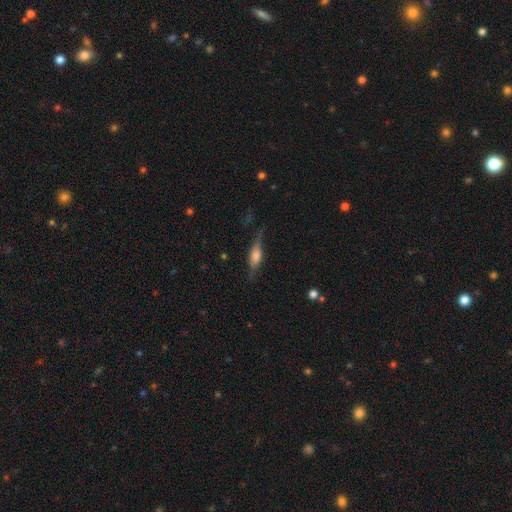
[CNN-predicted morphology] smooth_or_featured: featured or disk (p=0.58) [alt: smooth p=0.35]
disk_edge_on: yes (p=0.91) [alt: no p=0.09]
edge_on_bulge: rounded (p=0.74) [alt: boxy p=0.22]
merging: none (p=0.69) [alt: minor disturbance p=0.21]